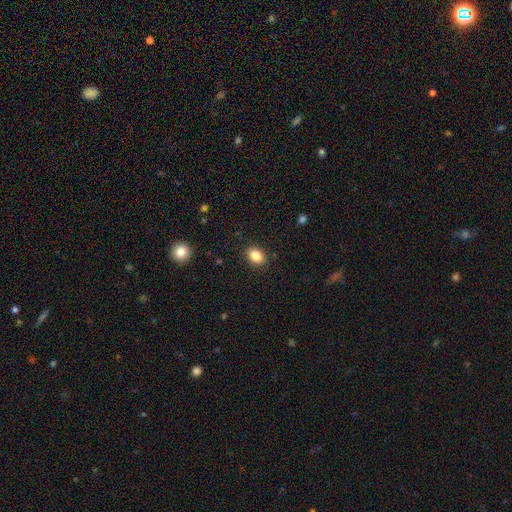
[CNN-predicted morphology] Overall: smooth (86%). How rounded: in between (73%). Merging: none (89%).